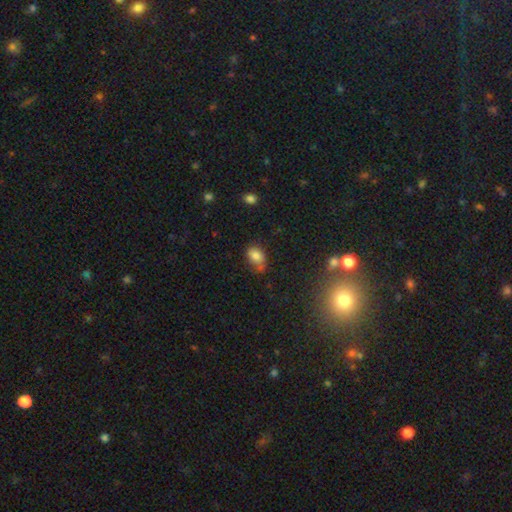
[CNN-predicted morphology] A smooth galaxy with no disk features (80%) that is in between round and cigar-shaped (77%).

Vote fractions:
- Smooth or featured? smooth: 80% / star or artifact: 11% / featured or disk: 9%
- How rounded? in between: 77% / round: 21% / cigar-shaped: 1%
- Merging? none: 53% / minor disturbance: 30% / major disturbance: 9% / merger: 8%